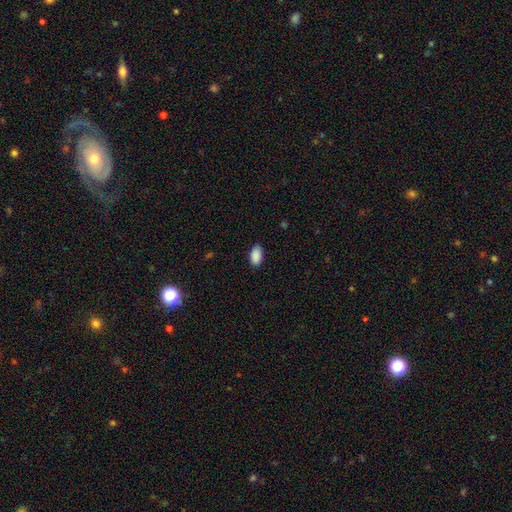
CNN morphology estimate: A smooth galaxy with no disk features (90%) that is in between round and cigar-shaped (94%).

Vote fractions:
- Smooth or featured? smooth: 90% / star or artifact: 7% / featured or disk: 3%
- How rounded? in between: 94% / round: 4% / cigar-shaped: 2%
- Merging? none: 86% / minor disturbance: 11% / major disturbance: 2% / merger: 1%